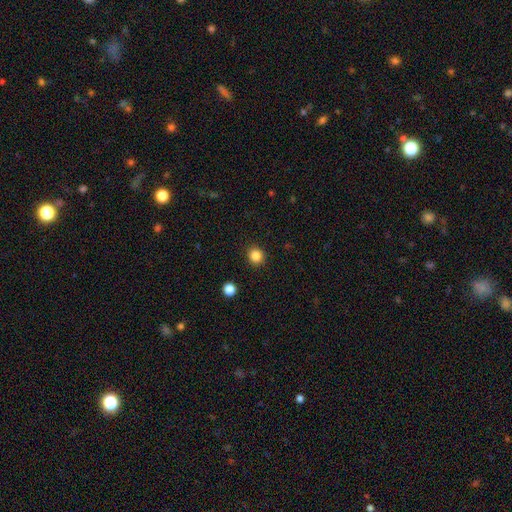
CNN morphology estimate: The model was most divided on "smooth or featured": smooth: 85%, star or artifact: 12%, featured or disk: 4%. More confident: merging — none (92%); how rounded — round (91%).